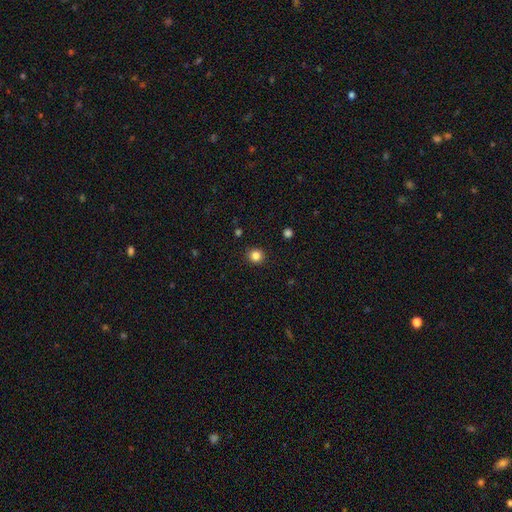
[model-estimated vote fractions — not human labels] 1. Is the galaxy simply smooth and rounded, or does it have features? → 83% smooth, 12% star or artifact, 4% featured or disk.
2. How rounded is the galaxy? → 91% round, 8% in between, 1% cigar-shaped.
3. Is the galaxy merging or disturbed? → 91% none, 6% minor disturbance, 2% major disturbance, 1% merger.